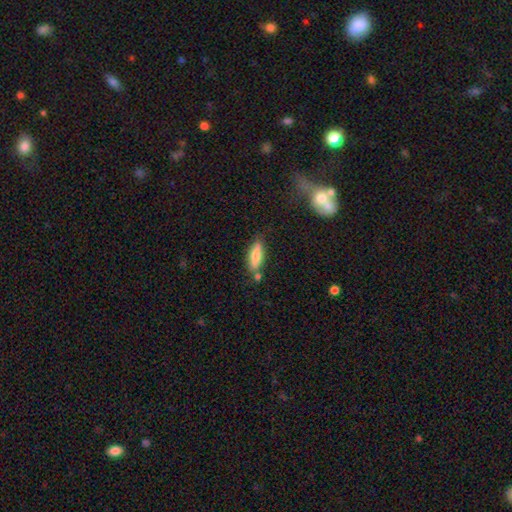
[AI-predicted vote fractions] Smooth or featured? smooth (70%)
How rounded? cigar-shaped (52%)
Merging? none (72%)